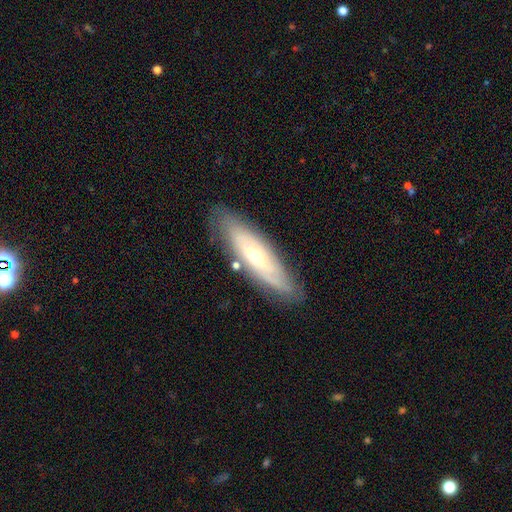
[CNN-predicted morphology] Q: Smooth or featured?
A: featured or disk (66%); runner-up: smooth (27%)
Q: Edge-on disk?
A: no (69%); runner-up: yes (31%)
Q: Merging?
A: none (80%); runner-up: minor disturbance (14%)